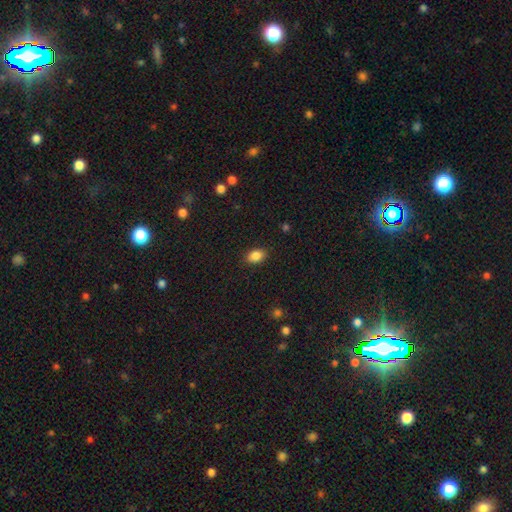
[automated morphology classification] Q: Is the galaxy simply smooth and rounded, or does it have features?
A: smooth — 87%.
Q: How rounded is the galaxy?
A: in between — 83%.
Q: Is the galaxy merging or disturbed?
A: none — 88%.